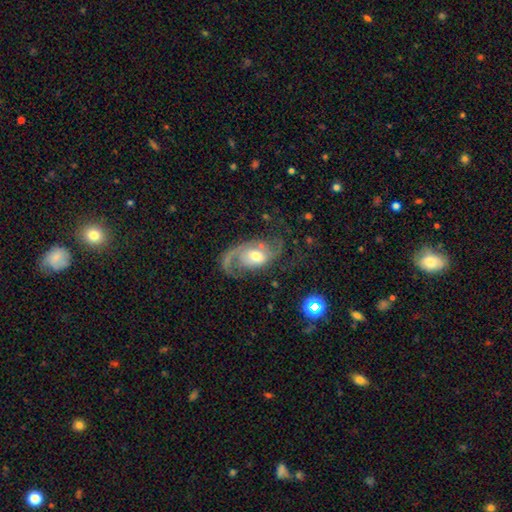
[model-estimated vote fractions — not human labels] Smooth or featured? featured or disk (79%)
Edge-on disk? no (96%)
Bar? no (63%)
Spiral arms? yes (91%)
Spiral winding? loose (48%)
Spiral arm count? 2 (55%)
Bulge size? moderate (62%)
Merging? none (48%)